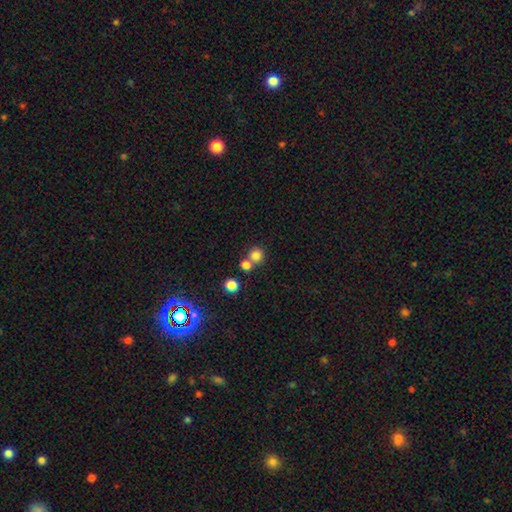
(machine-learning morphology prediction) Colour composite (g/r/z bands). It shows a smooth galaxy with no disk features (80%) that is round (90%). Merging: none (58%).